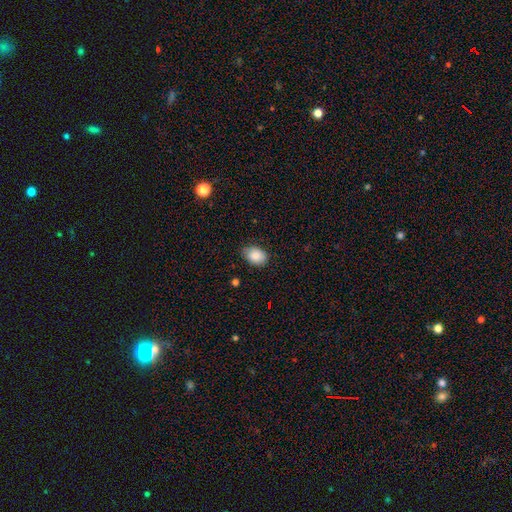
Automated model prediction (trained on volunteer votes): Overall: smooth (86%). How rounded: in between (78%). Merging: none (78%).